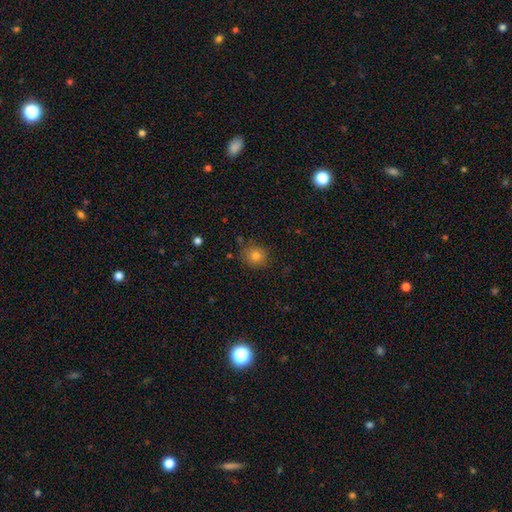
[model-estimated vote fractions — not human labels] A smooth galaxy with no disk features (80%) that is round (85%). Merging: none (84%).